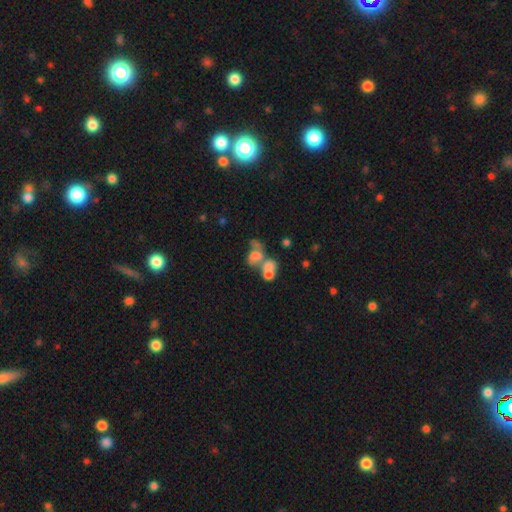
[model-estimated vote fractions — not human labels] A smooth galaxy with no disk features (49%). Merging: merger (61%).